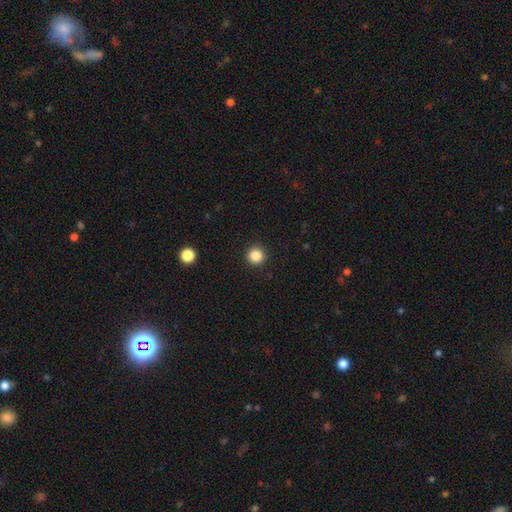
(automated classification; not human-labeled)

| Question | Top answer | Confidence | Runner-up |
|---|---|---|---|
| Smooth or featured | smooth | 85% | star or artifact (11%) |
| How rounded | round | 96% | in between (3%) |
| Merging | none | 93% | minor disturbance (5%) |